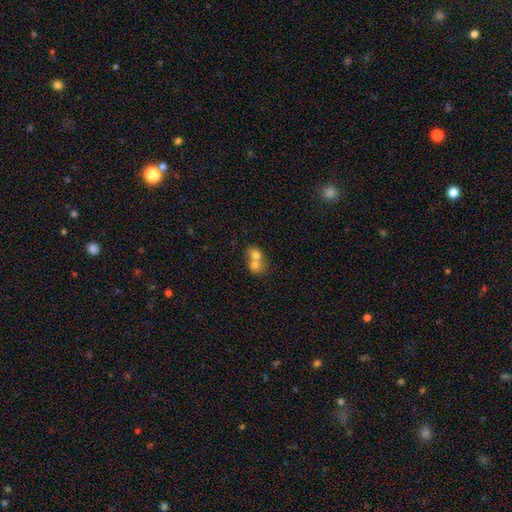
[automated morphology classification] The model was most divided on "how rounded": round: 63%, in between: 36%, cigar-shaped: 1%. More confident: merging — merger (74%); smooth or featured — smooth (69%).